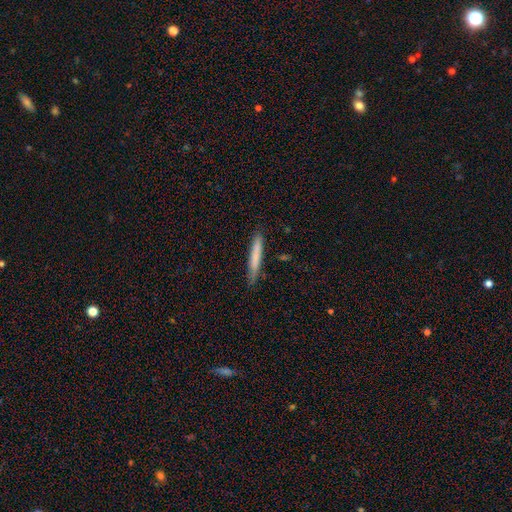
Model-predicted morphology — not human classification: Smooth or featured?
  - smooth: 74% *
  - featured or disk: 20%
  - star or artifact: 6%
How rounded?
  - cigar-shaped: 95% *
  - in between: 4%
  - round: 1%
Merging?
  - none: 84% *
  - minor disturbance: 13%
  - major disturbance: 2%
  - merger: 1%